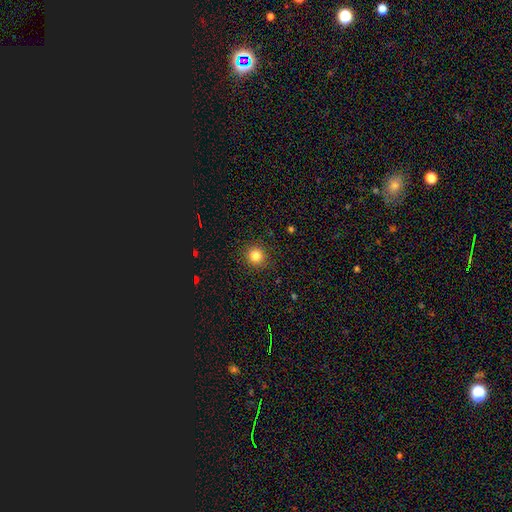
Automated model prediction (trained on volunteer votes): Smooth or featured? smooth (82%)
How rounded? round (92%)
Merging? none (90%)